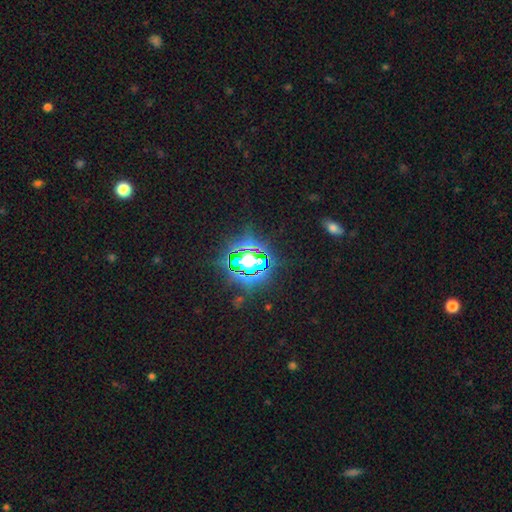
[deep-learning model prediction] This is likely a star or artifact rather than a galaxy (76%).